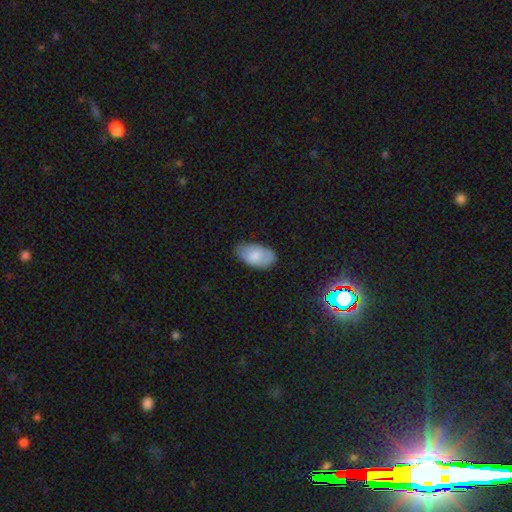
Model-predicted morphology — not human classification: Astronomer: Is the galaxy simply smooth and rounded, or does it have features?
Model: smooth — 80%.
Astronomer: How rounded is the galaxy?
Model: in between — 95%.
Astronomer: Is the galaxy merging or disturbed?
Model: none — 76%.